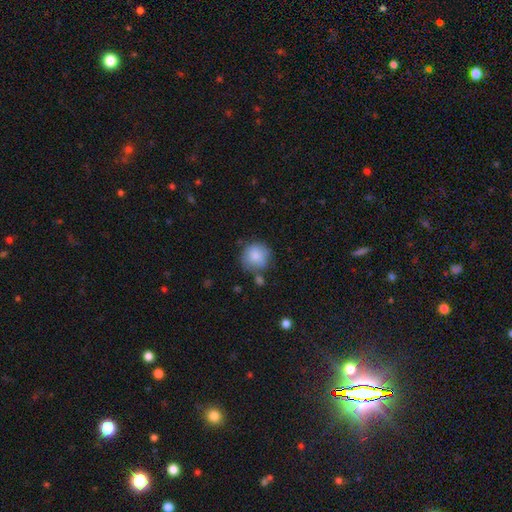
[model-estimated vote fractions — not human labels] Smooth or featured? smooth (85%)
How rounded? round (91%)
Merging? none (69%)